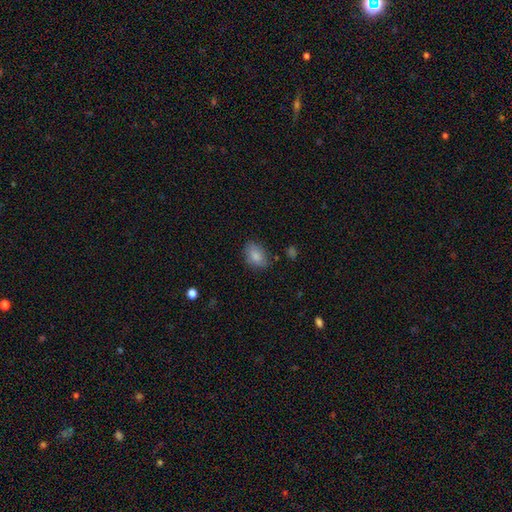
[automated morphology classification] type=smooth (84%); roundness=in between (80%); merging=none (72%).